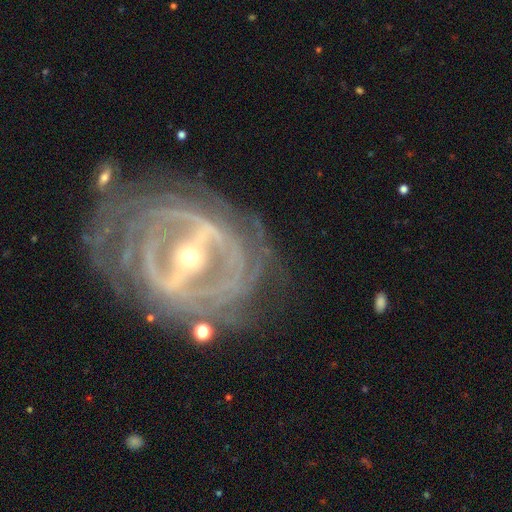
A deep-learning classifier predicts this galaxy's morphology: A featured or disk galaxy (89%) with a strong bar (79%), tight (59%) spiral arms (87%) and a small central bulge (70%).

Vote fractions:
- Smooth or featured? featured or disk: 89% / star or artifact: 6% / smooth: 4%
- Edge-on disk? no: 94% / yes: 6%
- Bar? strong: 79% / weak: 14% / no: 7%
- Spiral arms? yes: 87% / no: 13%
- Spiral winding? tight: 59% / medium: 31% / loose: 10%
- Spiral arm count? can't tell: 31% / 2: 28% / 3: 14% / 4: 12% / more than 4: 9% / 1: 7%
- Bulge size? small: 70% / moderate: 26% / large: 2% / dominant: 1% / none: 1%
- Merging? none: 65% / minor disturbance: 16% / major disturbance: 14% / merger: 4%